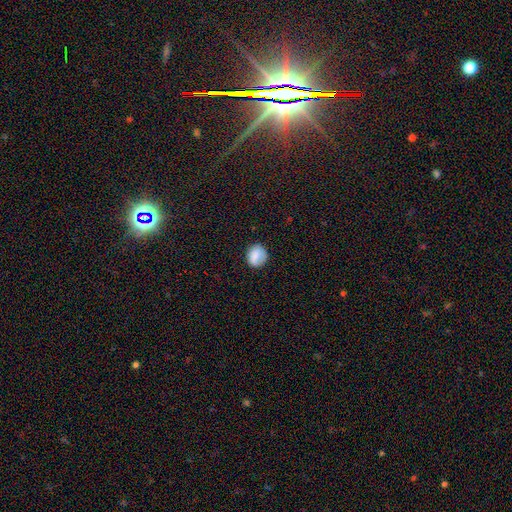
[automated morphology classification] Q: Smooth or featured?
A: smooth (84%); runner-up: star or artifact (8%)
Q: How rounded?
A: round (70%); runner-up: in between (29%)
Q: Merging?
A: none (77%); runner-up: minor disturbance (17%)